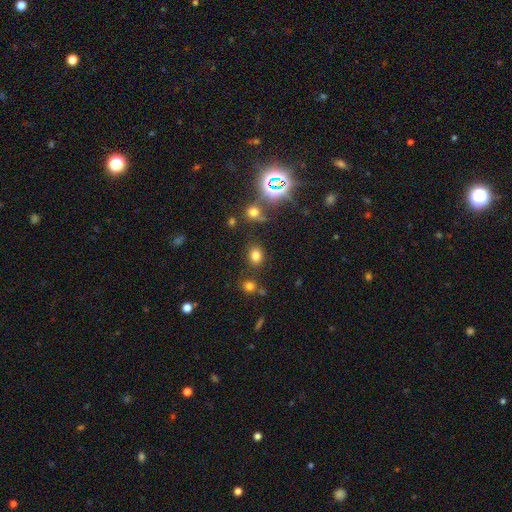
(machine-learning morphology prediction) A smooth galaxy with no disk features (74%) that is round (55%).

Vote fractions:
- Smooth or featured? smooth: 74% / star or artifact: 19% / featured or disk: 6%
- How rounded? round: 55% / in between: 44% / cigar-shaped: 1%
- Merging? none: 80% / minor disturbance: 10% / merger: 6% / major disturbance: 4%